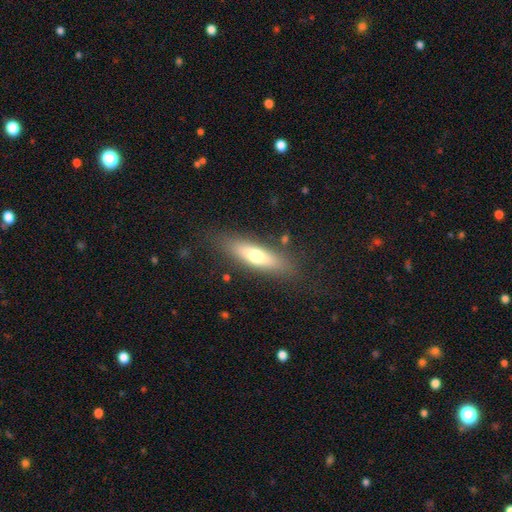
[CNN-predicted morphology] The model was most divided on "how rounded": cigar-shaped: 59%, in between: 39%, round: 2%. More confident: merging — none (83%); smooth or featured — smooth (62%).